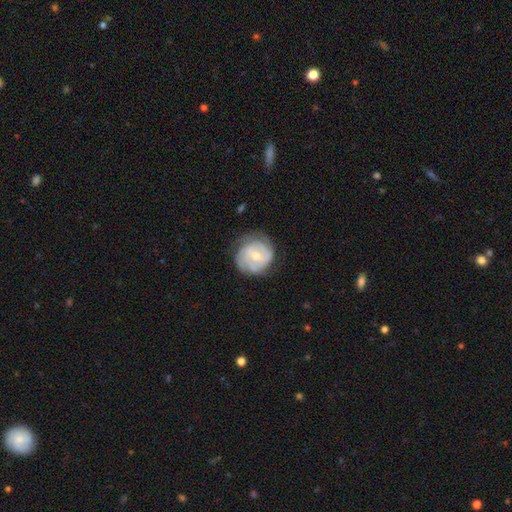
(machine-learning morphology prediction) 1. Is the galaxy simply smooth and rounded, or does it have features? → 74% featured or disk, 21% smooth, 6% star or artifact.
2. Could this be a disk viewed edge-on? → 98% no, 2% yes.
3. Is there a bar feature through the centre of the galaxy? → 52% no, 40% weak, 8% strong.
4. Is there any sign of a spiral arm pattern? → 89% yes, 11% no.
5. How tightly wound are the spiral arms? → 65% tight, 27% medium, 8% loose.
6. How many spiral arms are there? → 34% can't tell, 30% 2, 21% 3, 6% 4, 5% 1, 4% more than 4.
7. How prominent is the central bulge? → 50% moderate, 46% small, 2% large, 1% none, 1% dominant.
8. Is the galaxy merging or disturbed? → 68% none, 22% minor disturbance, 9% major disturbance, 1% merger.